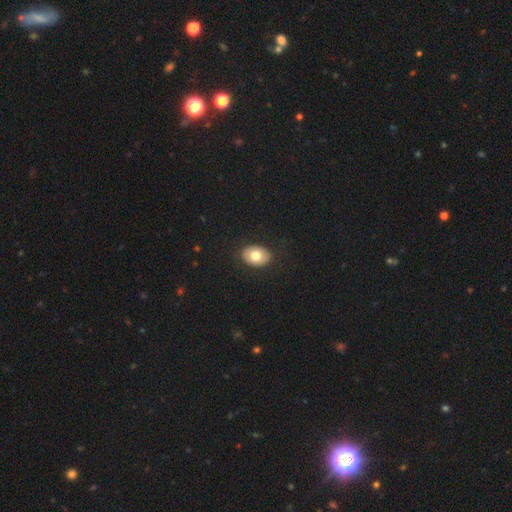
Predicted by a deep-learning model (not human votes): Q: Smooth or featured?
A: smooth (77%); runner-up: featured or disk (16%)
Q: How rounded?
A: in between (76%); runner-up: round (23%)
Q: Merging?
A: none (89%); runner-up: minor disturbance (8%)